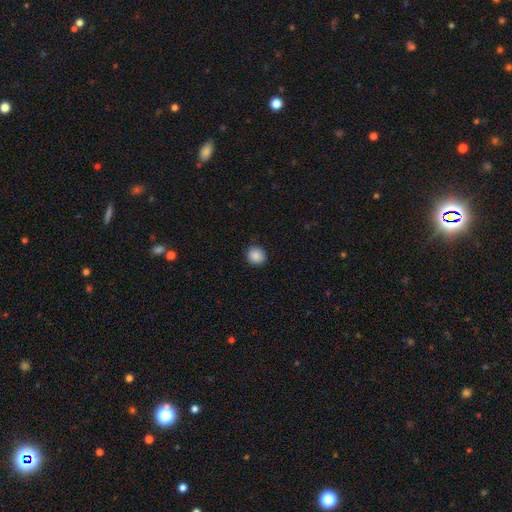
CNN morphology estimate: type=smooth (88%); roundness=round (81%); merging=none (89%).